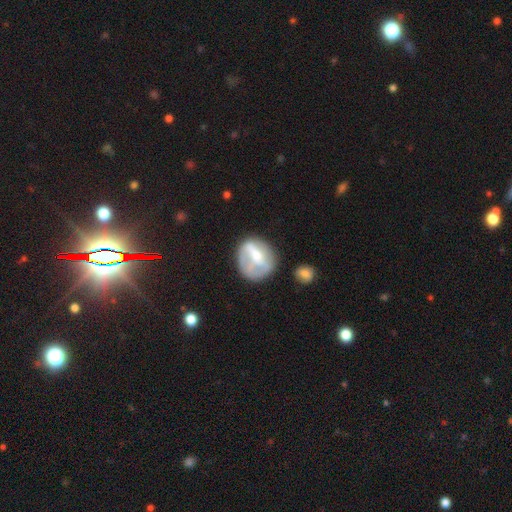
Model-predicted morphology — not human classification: type=featured or disk (47%); merging=none (53%).